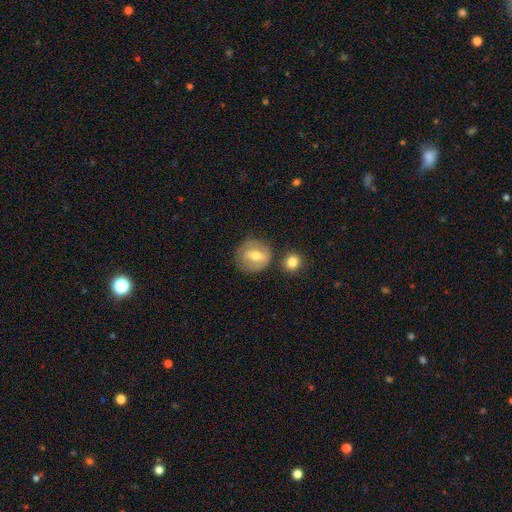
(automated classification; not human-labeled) Smooth or featured? Predicted: smooth (p=0.50). How rounded? Predicted: round (p=0.77). Merging? Predicted: none (p=0.70).